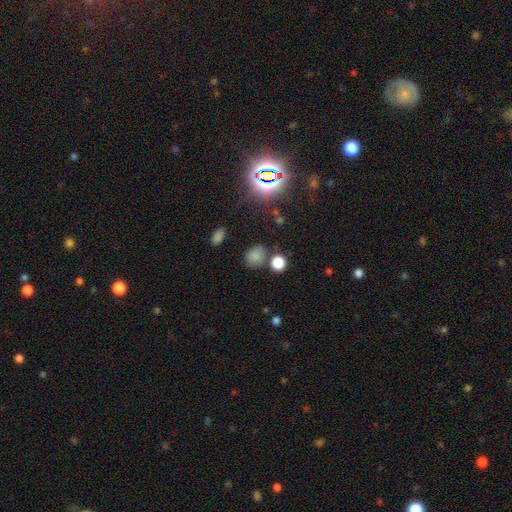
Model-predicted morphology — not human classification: type=smooth (75%); roundness=round (60%); merging=none (73%).